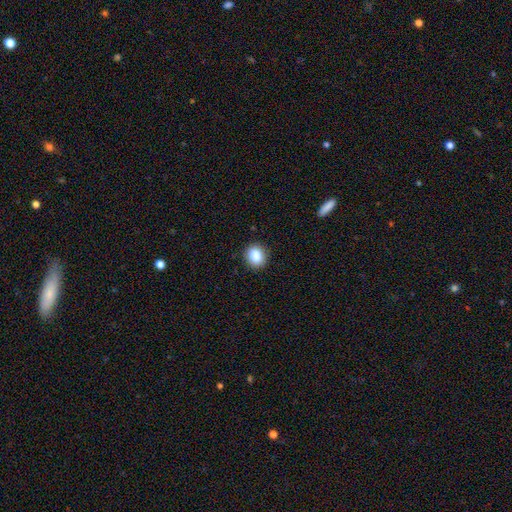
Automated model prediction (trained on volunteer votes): Morphology: type=smooth (88%); roundness=round (65%); merging=none (88%).